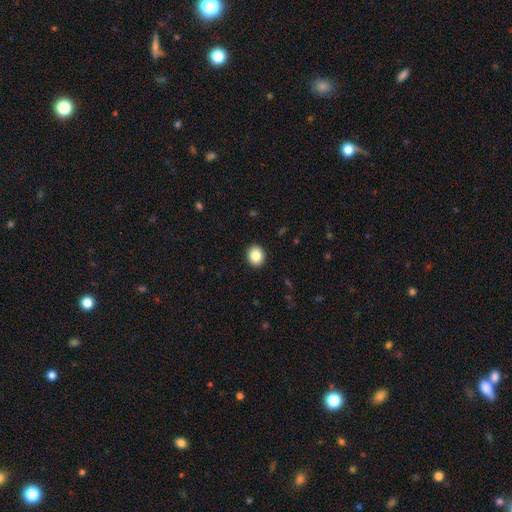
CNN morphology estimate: Smooth or featured: smooth — 85% (star or artifact — 9%)
How rounded: round — 69% (in between — 30%)
Merging: none — 92% (minor disturbance — 5%)